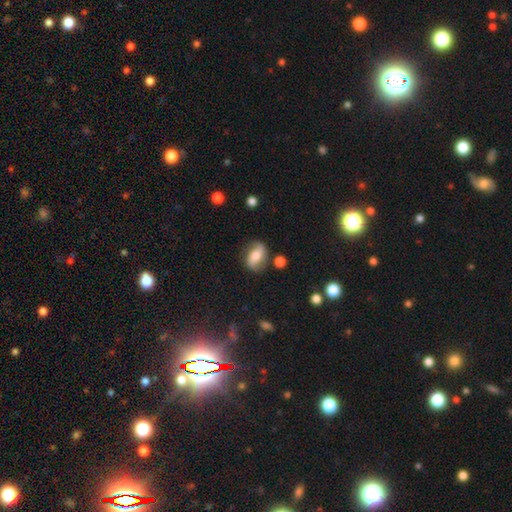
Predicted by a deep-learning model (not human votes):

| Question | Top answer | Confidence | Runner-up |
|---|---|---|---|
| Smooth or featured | featured or disk | 52% | smooth (40%) |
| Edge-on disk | no | 93% | yes (7%) |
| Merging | none | 73% | minor disturbance (18%) |